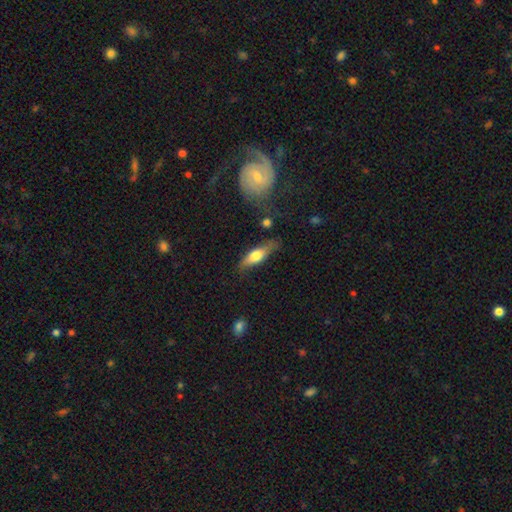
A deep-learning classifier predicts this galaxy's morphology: The model was most divided on "how rounded": cigar-shaped: 55%, in between: 42%, round: 3%. More confident: merging — none (69%); smooth or featured — smooth (57%).